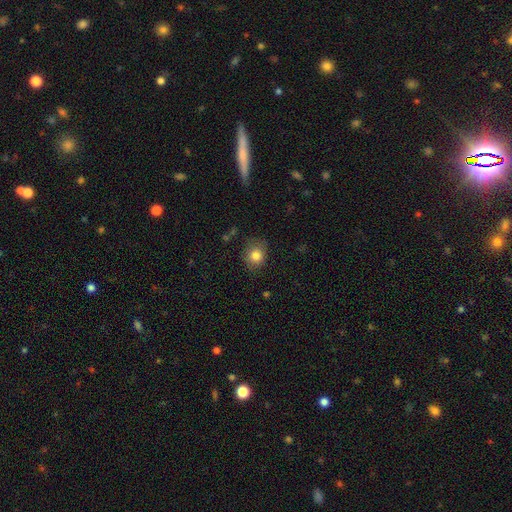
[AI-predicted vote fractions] smooth-or-featured: smooth: 82% | star or artifact: 10% | featured or disk: 8%
  how-rounded: round: 68% | in between: 31% | cigar-shaped: 1%
  merging: none: 74% | minor disturbance: 19% | major disturbance: 5% | merger: 2%